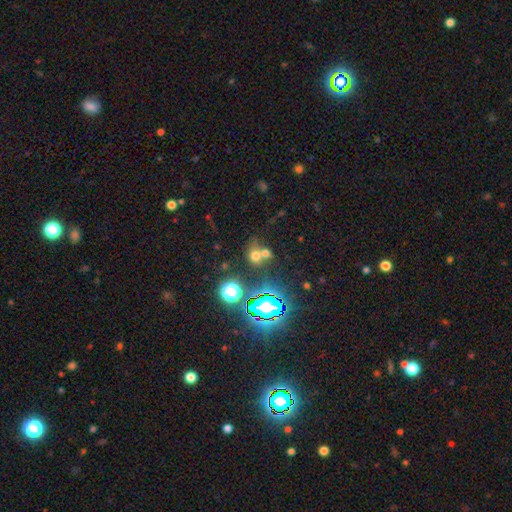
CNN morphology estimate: smooth 59%, star or artifact 28%, featured or disk 12%. Down the decision tree: how rounded — round (70%); merging — none (45%).